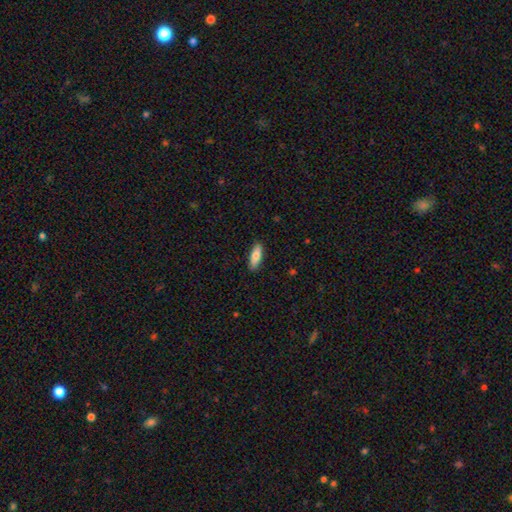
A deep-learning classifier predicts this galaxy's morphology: This appears to be a smooth galaxy with no disk features (79%) that is in between round and cigar-shaped (58%). Merging: none (89%).